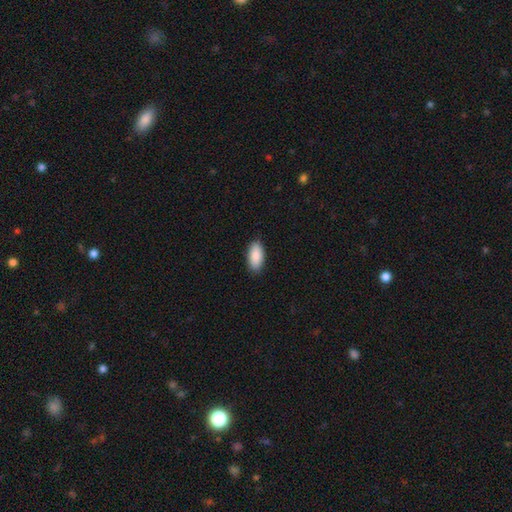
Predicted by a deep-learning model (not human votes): A smooth galaxy with no disk features (90%) that is in between round and cigar-shaped (91%).

Vote fractions:
- Smooth or featured? smooth: 90% / star or artifact: 6% / featured or disk: 4%
- How rounded? in between: 91% / cigar-shaped: 7% / round: 2%
- Merging? none: 89% / minor disturbance: 8% / major disturbance: 2% / merger: 1%